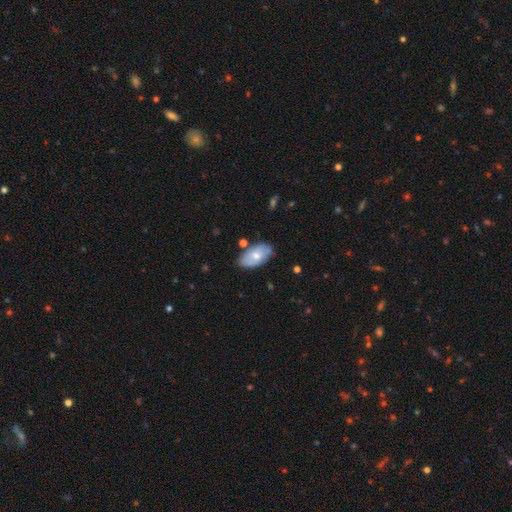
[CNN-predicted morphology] The model was most divided on "smooth or featured": smooth: 63%, featured or disk: 31%, star or artifact: 6%. More confident: how rounded — in between (94%); merging — none (75%).